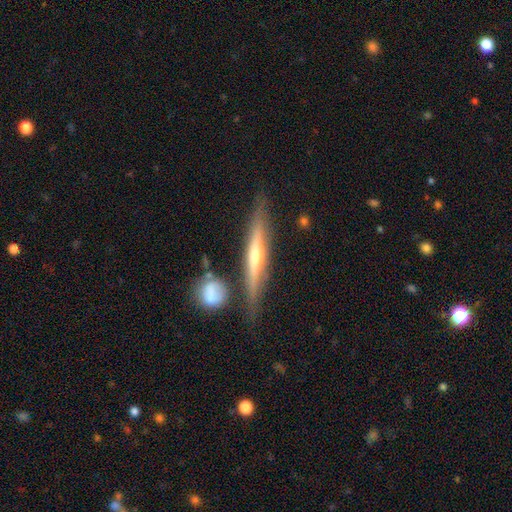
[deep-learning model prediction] A featured or disk galaxy (70%) viewed edge-on (95%) with a rounded central bulge (77%). Merging: none (79%).